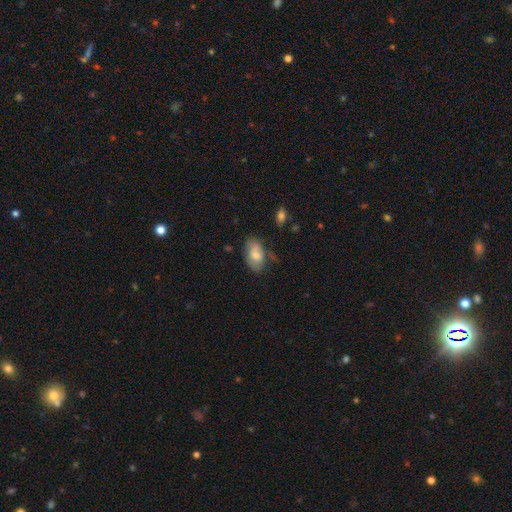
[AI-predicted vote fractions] This is likely a smooth galaxy (70%). How rounded: clearly in between (92%). Merging: likely none (60%).